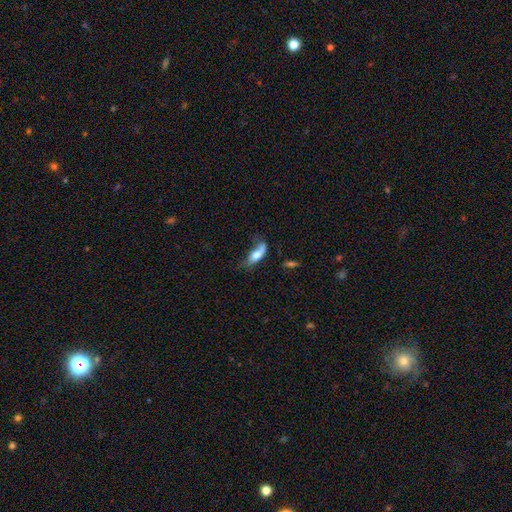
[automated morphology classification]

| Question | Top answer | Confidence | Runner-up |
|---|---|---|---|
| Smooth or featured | smooth | 68% | featured or disk (24%) |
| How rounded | in between | 69% | cigar-shaped (27%) |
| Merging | major disturbance | 33% | minor disturbance (29%) |